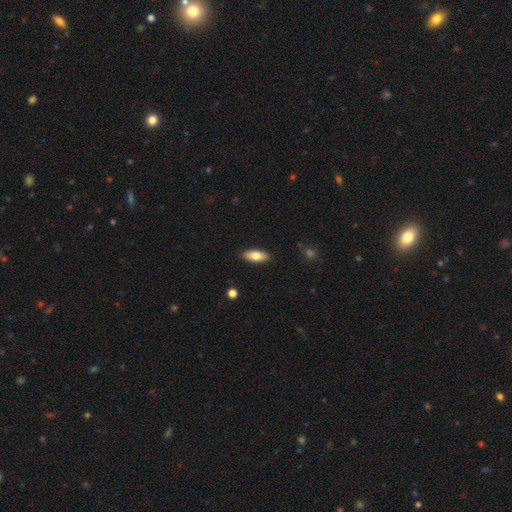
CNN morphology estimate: smooth-or-featured: smooth: 78% | featured or disk: 16% | star or artifact: 6%
  how-rounded: in between: 83% | cigar-shaped: 15% | round: 2%
  merging: none: 89% | minor disturbance: 8% | major disturbance: 2% | merger: 1%